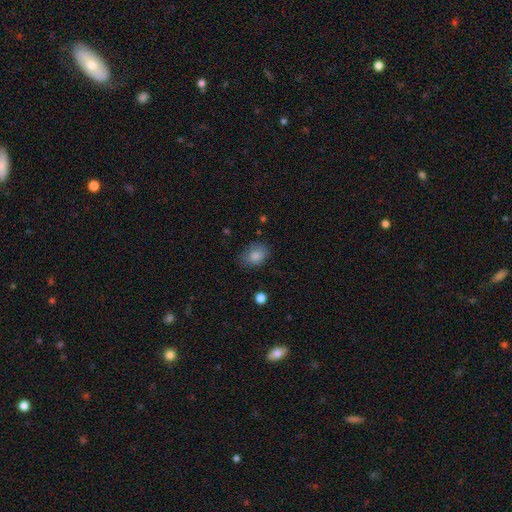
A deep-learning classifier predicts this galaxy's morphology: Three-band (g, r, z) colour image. It shows a smooth galaxy with no disk features (85%) that is in between round and cigar-shaped (72%). Merging: none (72%).